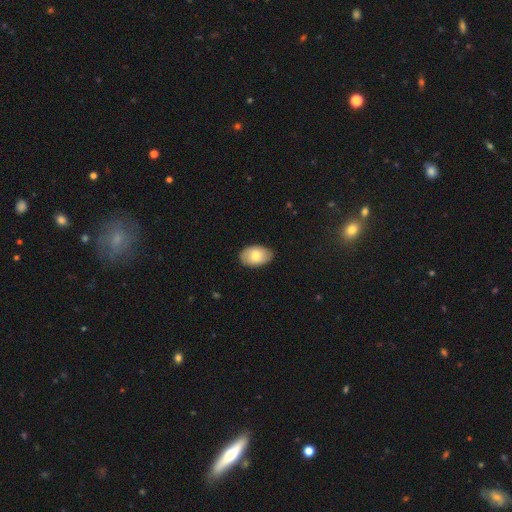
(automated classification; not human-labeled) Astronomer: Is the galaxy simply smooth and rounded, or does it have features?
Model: smooth — 74%.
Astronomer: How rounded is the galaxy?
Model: in between — 90%.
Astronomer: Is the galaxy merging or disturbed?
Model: none — 85%.